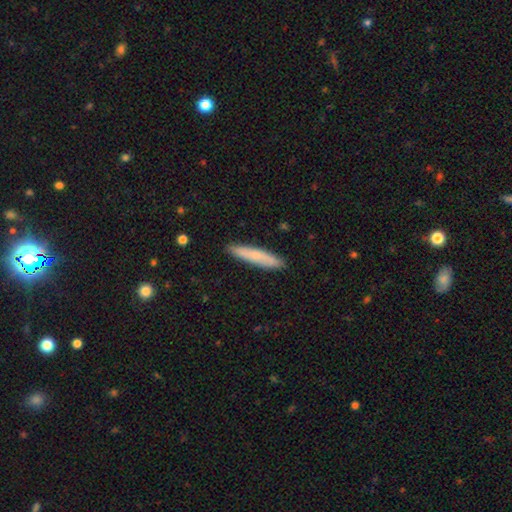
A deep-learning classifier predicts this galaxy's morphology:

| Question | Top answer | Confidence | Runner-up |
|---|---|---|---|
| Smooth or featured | smooth | 68% | featured or disk (26%) |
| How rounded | cigar-shaped | 90% | in between (9%) |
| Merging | none | 89% | minor disturbance (8%) |